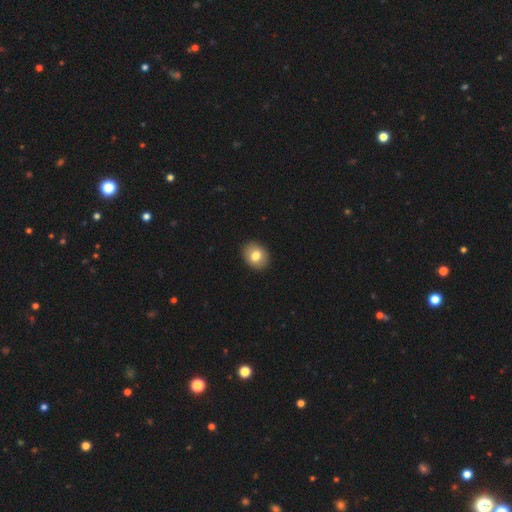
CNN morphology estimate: smooth 78%, featured or disk 14%, star or artifact 8%. Down the decision tree: how rounded — round (53%); merging — none (91%).